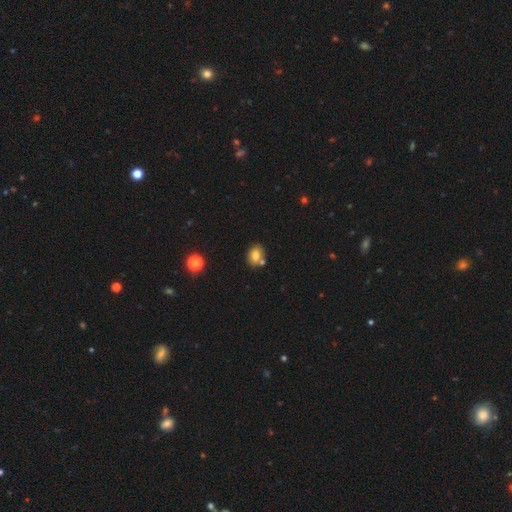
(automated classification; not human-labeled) The model was most divided on "how rounded": in between: 53%, round: 46%, cigar-shaped: 1%. More confident: smooth or featured — smooth (77%); merging — none (68%).